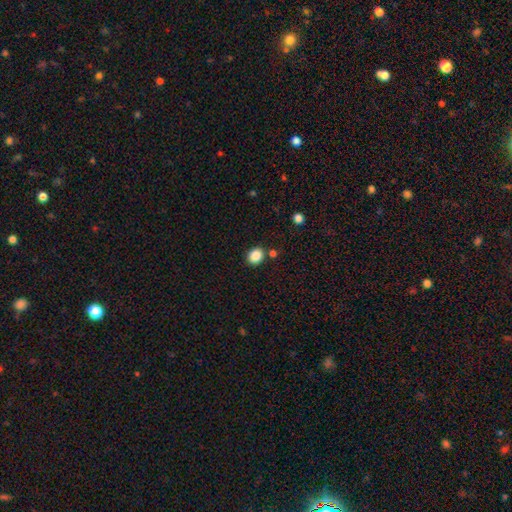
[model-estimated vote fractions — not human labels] Smooth or featured? Predicted: smooth (p=0.87). How rounded? Predicted: round (p=0.54). Merging? Predicted: none (p=0.83).